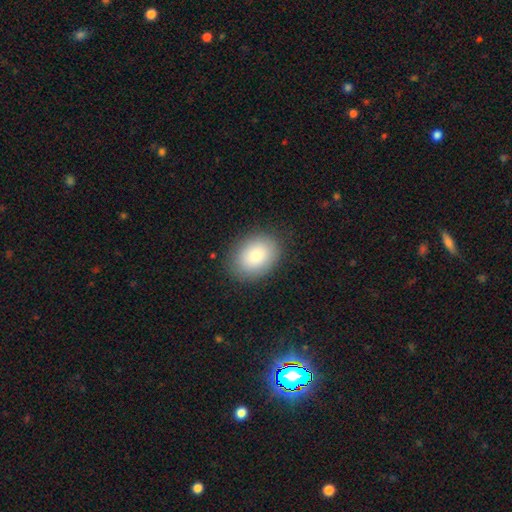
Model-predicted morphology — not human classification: Overall: smooth (85%). How rounded: in between (71%). Merging: none (85%).